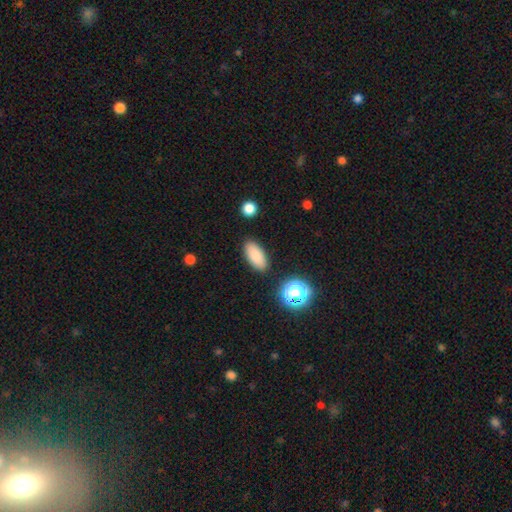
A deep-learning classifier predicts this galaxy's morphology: A smooth galaxy with no disk features (85%) that is in between round and cigar-shaped (89%).

Vote fractions:
- Smooth or featured? smooth: 85% / star or artifact: 9% / featured or disk: 6%
- How rounded? in between: 89% / cigar-shaped: 8% / round: 3%
- Merging? none: 87% / minor disturbance: 8% / major disturbance: 2% / merger: 2%